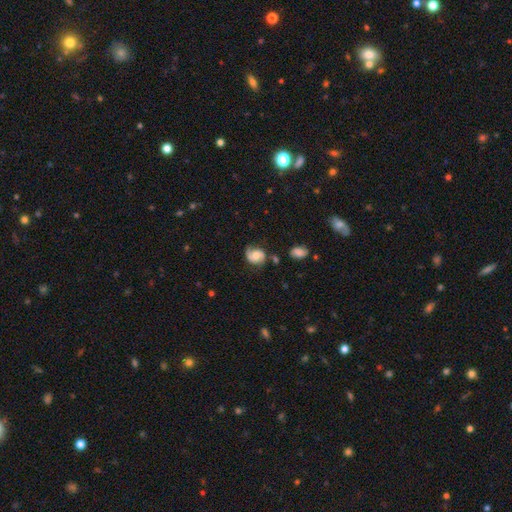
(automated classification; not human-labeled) Morphology: type=featured or disk (69%); edge-on=no (98%); bar=no (63%); spiral arms=yes (92%); winding=medium (46%); arm count=2 (80%); bulge=moderate (61%); merging=none (65%).